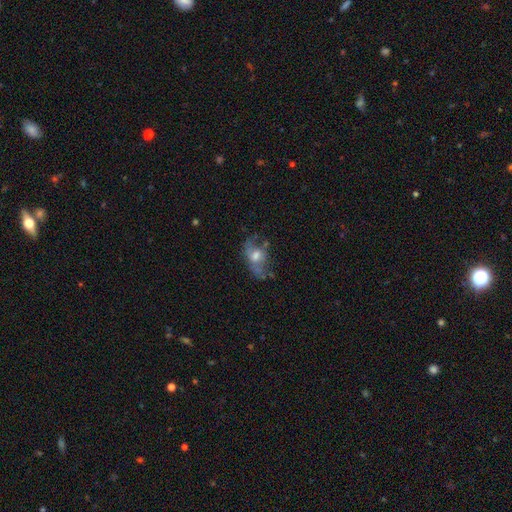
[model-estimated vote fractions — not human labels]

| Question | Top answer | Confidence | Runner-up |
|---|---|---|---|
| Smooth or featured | featured or disk | 53% | smooth (35%) |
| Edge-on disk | no | 90% | yes (10%) |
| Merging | none | 41% | major disturbance (28%) |